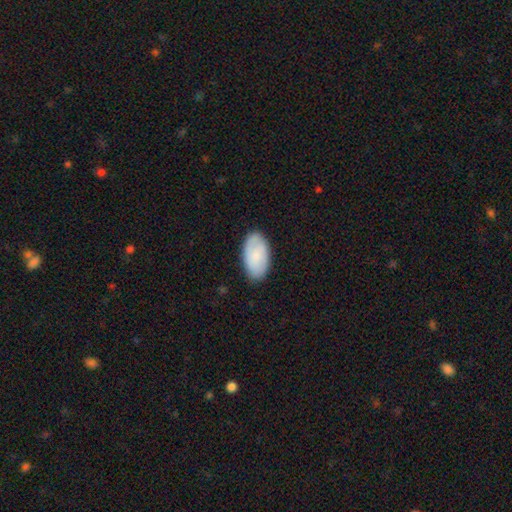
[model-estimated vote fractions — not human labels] Smooth or featured: smooth — 71% (featured or disk — 23%)
How rounded: in between — 95% (round — 4%)
Merging: none — 85% (minor disturbance — 12%)